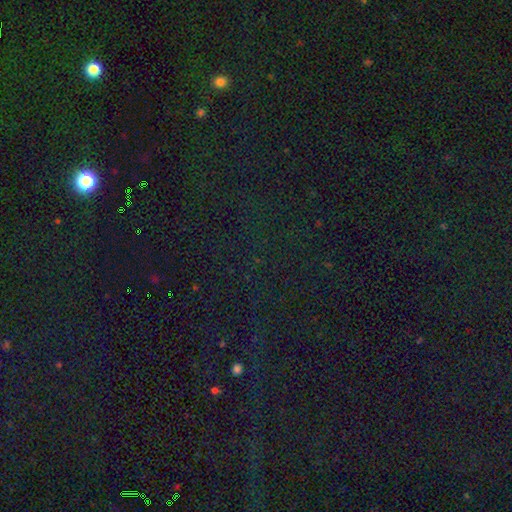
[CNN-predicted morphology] Smooth or featured? Predicted: star or artifact (p=0.82).